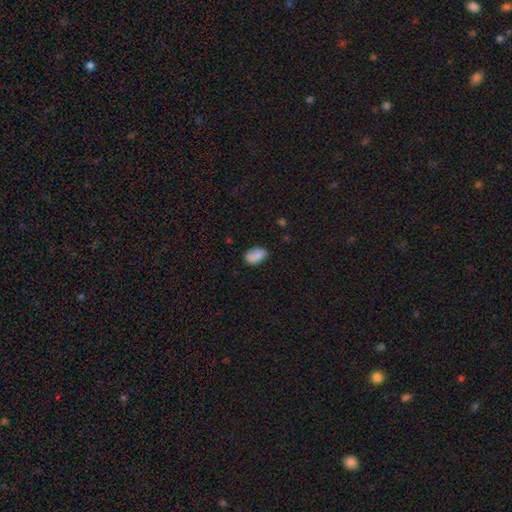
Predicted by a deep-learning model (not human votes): Overall: smooth (83%). How rounded: in between (91%). Merging: none (69%).